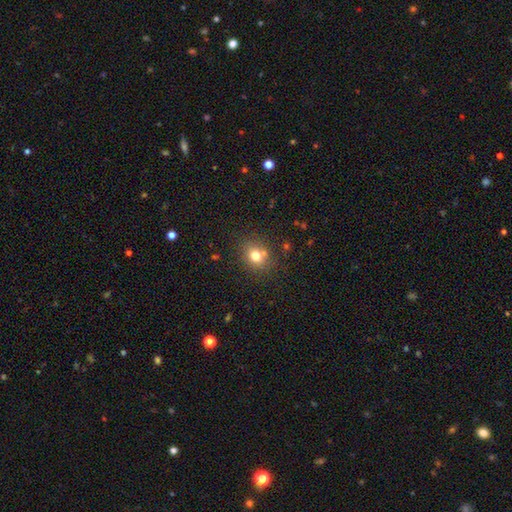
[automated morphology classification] Smooth or featured?
  - smooth: 75% *
  - star or artifact: 14%
  - featured or disk: 11%
How rounded?
  - round: 67% *
  - in between: 33%
  - cigar-shaped: 1%
Merging?
  - none: 72% *
  - minor disturbance: 12%
  - merger: 11%
  - major disturbance: 4%